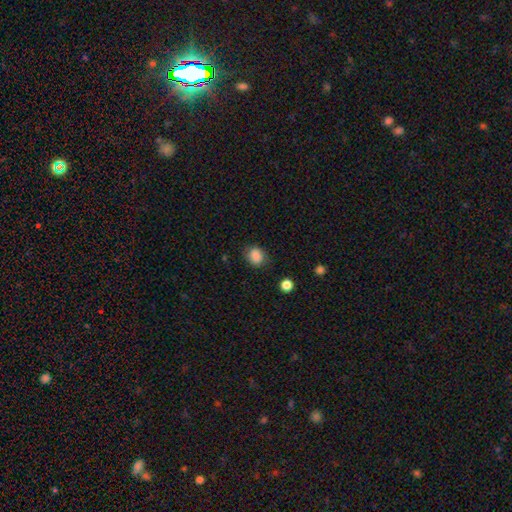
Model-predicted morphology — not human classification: A smooth galaxy with no disk features (85%) that is round (52%).

Vote fractions:
- Smooth or featured? smooth: 85% / star or artifact: 9% / featured or disk: 5%
- How rounded? round: 52% / in between: 47% / cigar-shaped: 1%
- Merging? none: 79% / minor disturbance: 15% / major disturbance: 4% / merger: 2%